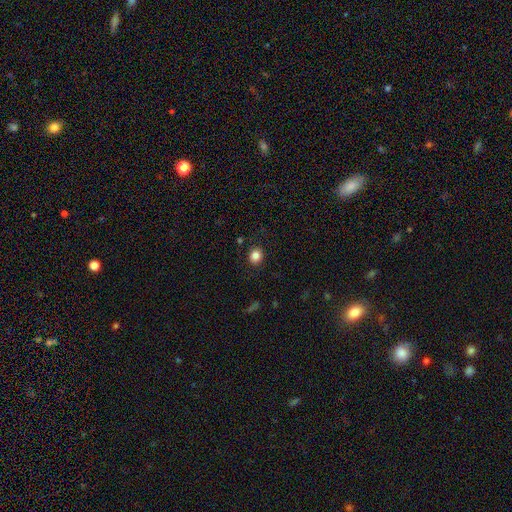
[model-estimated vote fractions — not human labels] smooth_or_featured: smooth (p=0.84) [alt: star or artifact p=0.11]
how_rounded: round (p=0.71) [alt: in between p=0.28]
merging: none (p=0.88) [alt: minor disturbance p=0.08]